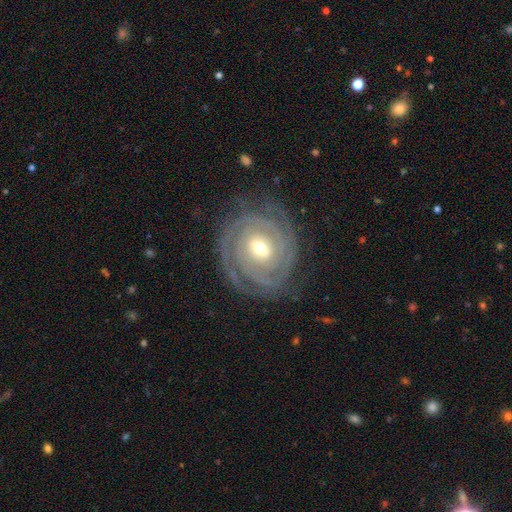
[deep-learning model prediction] Smooth or featured? featured or disk (91%)
Edge-on disk? no (97%)
Bar? no (43%)
Spiral arms? yes (98%)
Spiral winding? tight (86%)
Spiral arm count? 2 (45%)
Bulge size? moderate (64%)
Merging? none (83%)